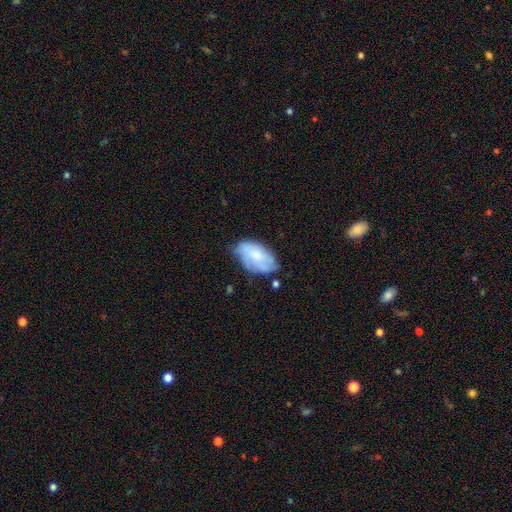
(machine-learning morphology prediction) This appears to be a smooth galaxy with no disk features (56%) that is in between round and cigar-shaped (94%). Merging: none (56%).